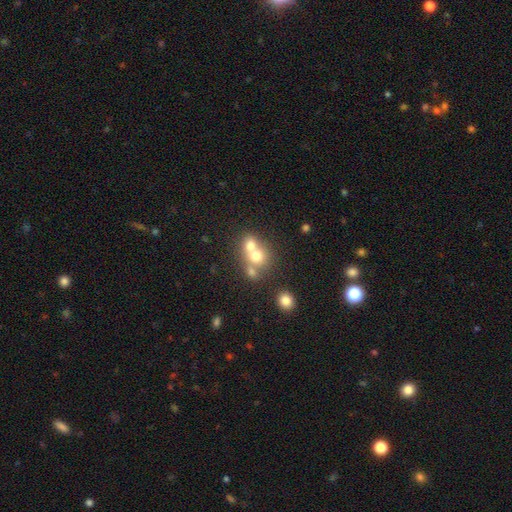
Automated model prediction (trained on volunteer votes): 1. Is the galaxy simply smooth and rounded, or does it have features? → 67% smooth, 20% featured or disk, 13% star or artifact.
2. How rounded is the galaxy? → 75% round, 24% in between, 1% cigar-shaped.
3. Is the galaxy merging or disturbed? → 63% merger, 29% none, 5% minor disturbance, 3% major disturbance.